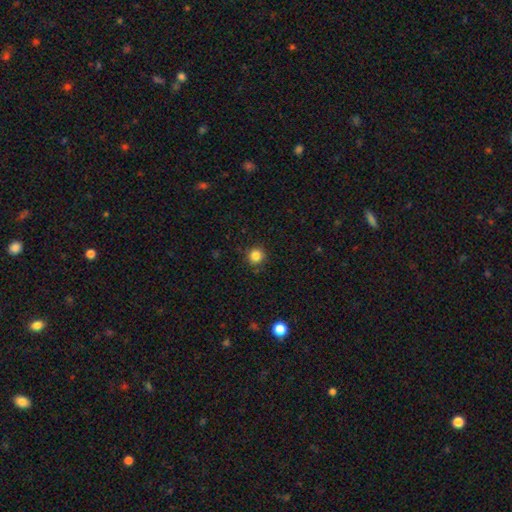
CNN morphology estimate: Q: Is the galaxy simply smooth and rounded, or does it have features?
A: smooth — 84%.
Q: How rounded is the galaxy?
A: round — 94%.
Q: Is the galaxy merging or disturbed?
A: none — 89%.